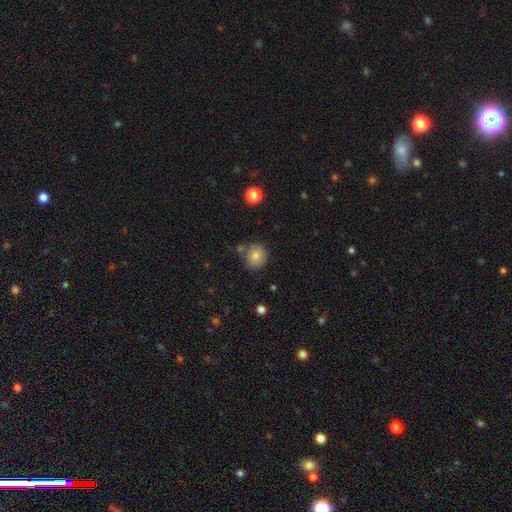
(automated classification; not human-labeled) Smooth or featured?
  - smooth: 79% *
  - star or artifact: 11%
  - featured or disk: 11%
How rounded?
  - round: 85% *
  - in between: 15%
  - cigar-shaped: 1%
Merging?
  - none: 74% *
  - minor disturbance: 13%
  - merger: 9%
  - major disturbance: 4%